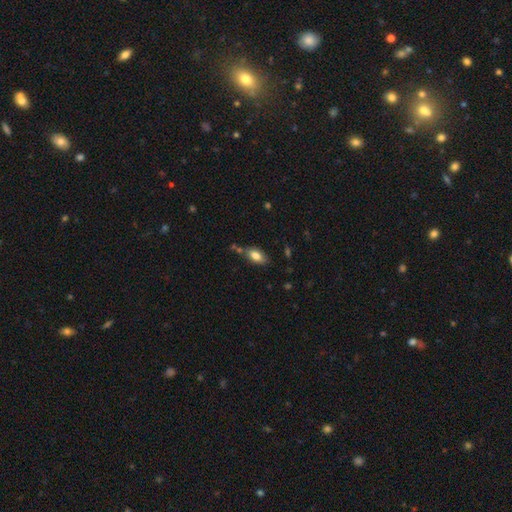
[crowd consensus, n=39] Smooth or featured? smooth (87%)
How rounded? in between (91%)
Merging? none (53%)